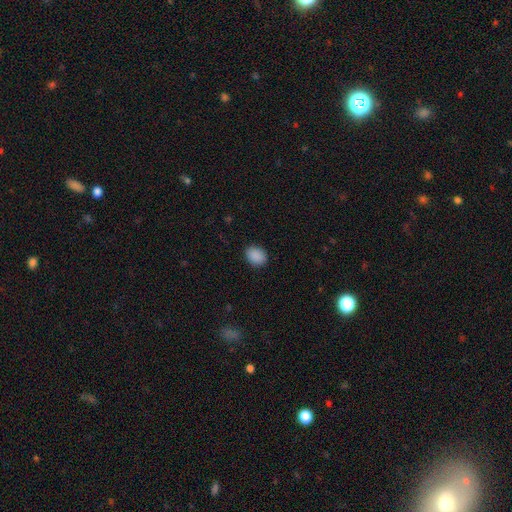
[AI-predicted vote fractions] Smooth or featured? smooth (89%)
How rounded? in between (60%)
Merging? none (89%)